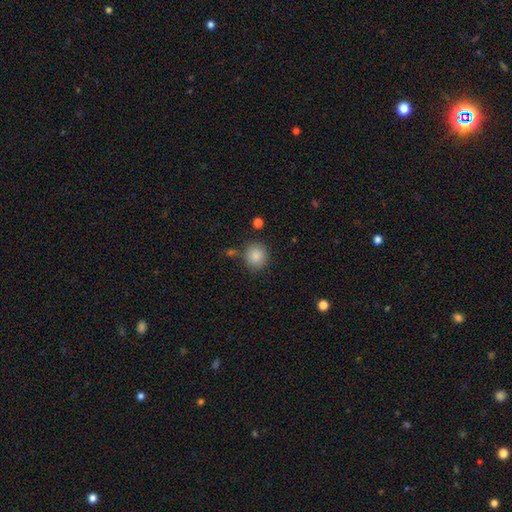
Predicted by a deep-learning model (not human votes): smooth-or-featured: smooth: 86% | star or artifact: 9% | featured or disk: 5%
  how-rounded: round: 89% | in between: 10% | cigar-shaped: 1%
  merging: none: 81% | minor disturbance: 10% | merger: 6% | major disturbance: 3%